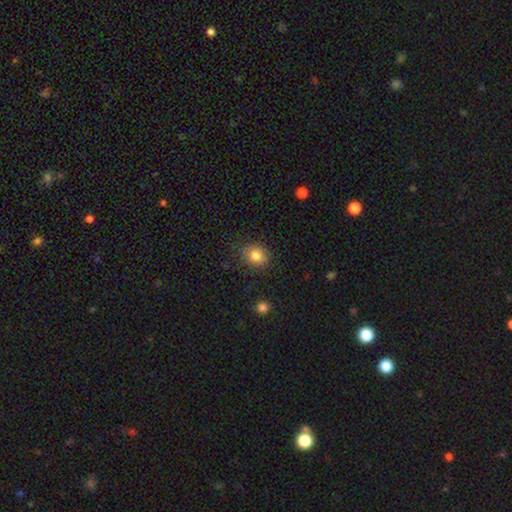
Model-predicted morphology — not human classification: This is clearly a smooth galaxy (82%). How rounded: likely round (65%). Merging: clearly none (84%).